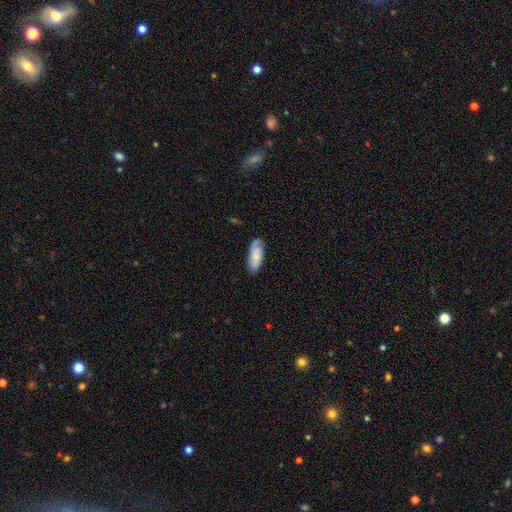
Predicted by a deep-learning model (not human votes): This is likely a smooth galaxy (70%). How rounded: clearly in between (80%). Merging: likely none (69%).